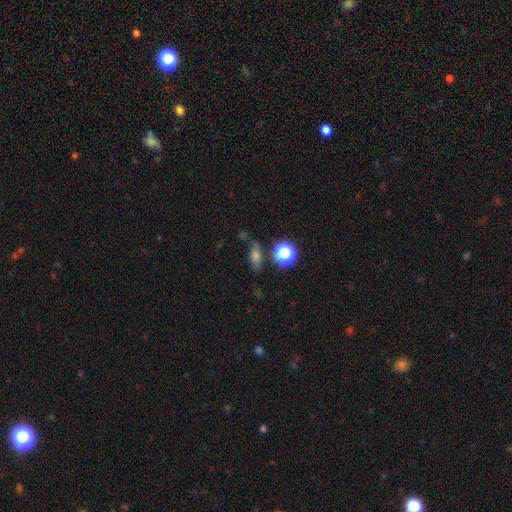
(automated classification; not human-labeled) The model was most divided on "smooth or featured": smooth: 53%, star or artifact: 28%, featured or disk: 20%. More confident: merging — none (66%); how rounded — in between (56%).